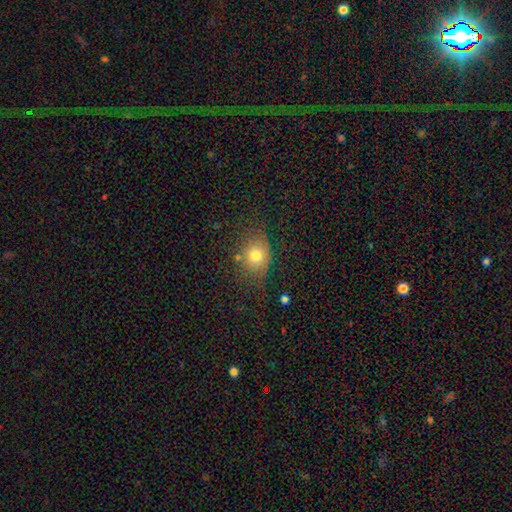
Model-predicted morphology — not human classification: smooth 75%, star or artifact 13%, featured or disk 12%. Down the decision tree: how rounded — round (50%); merging — none (68%).